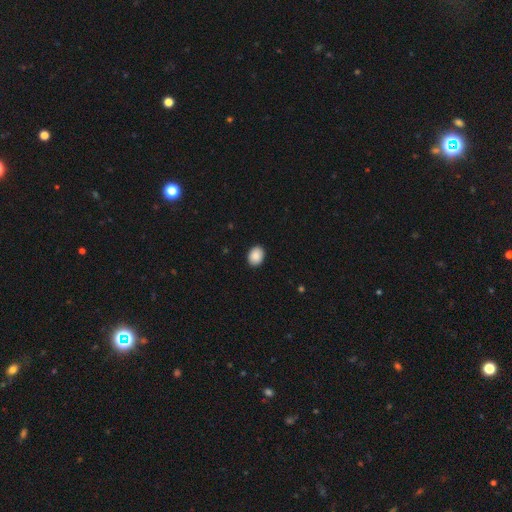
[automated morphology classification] A smooth galaxy with no disk features (90%) that is in between round and cigar-shaped (61%). Merging: none (91%).